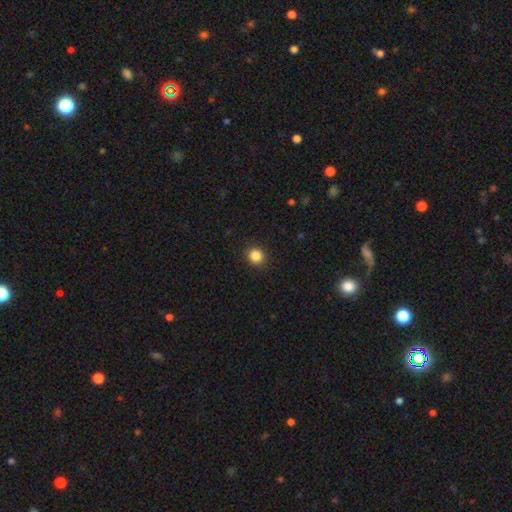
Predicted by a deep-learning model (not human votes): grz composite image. It shows a smooth galaxy with no disk features (85%) that is round (87%). Merging: none (92%).